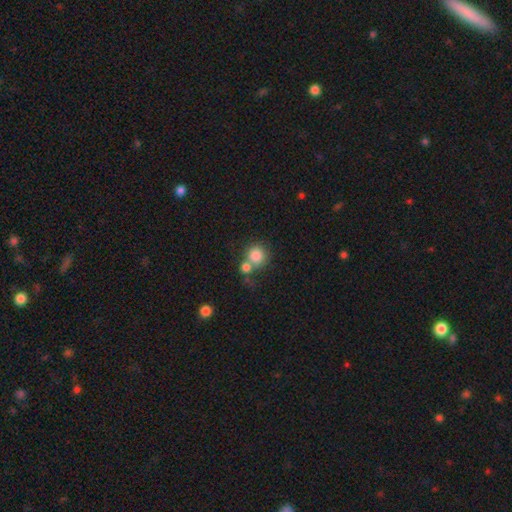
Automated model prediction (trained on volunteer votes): A smooth galaxy with no disk features (83%) that is round (89%). Merging: none (49%).